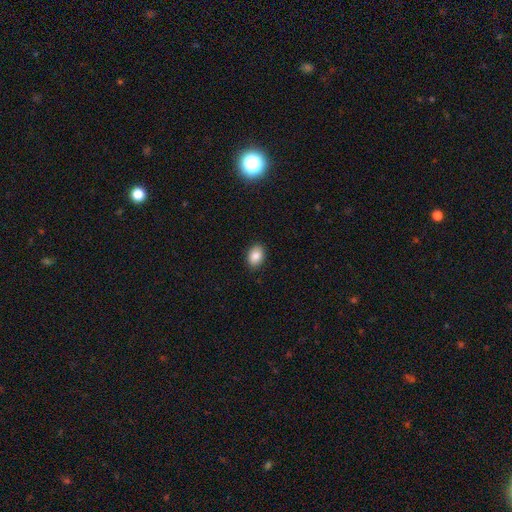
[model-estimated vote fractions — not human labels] This is clearly a smooth galaxy (86%). How rounded: likely in between (80%). Merging: clearly none (89%).